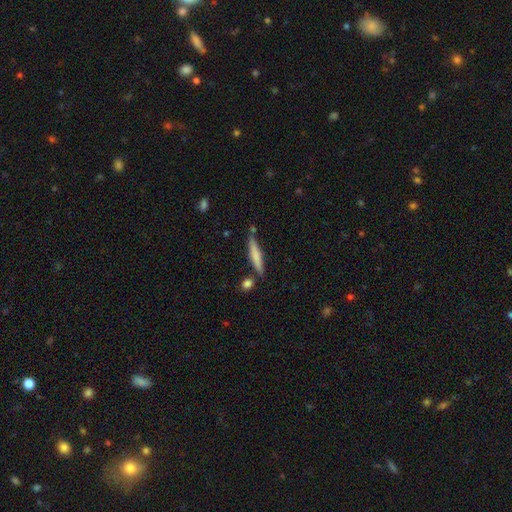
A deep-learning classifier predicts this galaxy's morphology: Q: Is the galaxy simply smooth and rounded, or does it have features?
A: smooth — 67%.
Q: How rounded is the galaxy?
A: cigar-shaped — 91%.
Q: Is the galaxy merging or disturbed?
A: none — 77%.